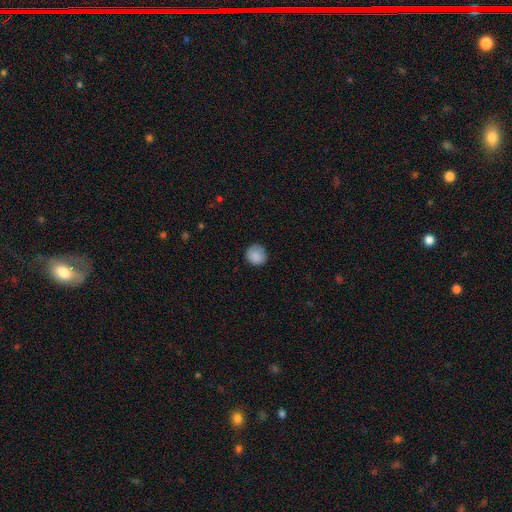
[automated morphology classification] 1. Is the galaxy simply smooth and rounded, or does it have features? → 87% smooth, 8% star or artifact, 5% featured or disk.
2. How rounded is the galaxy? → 88% round, 11% in between, 1% cigar-shaped.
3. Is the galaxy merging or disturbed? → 82% none, 14% minor disturbance, 3% major disturbance, 1% merger.